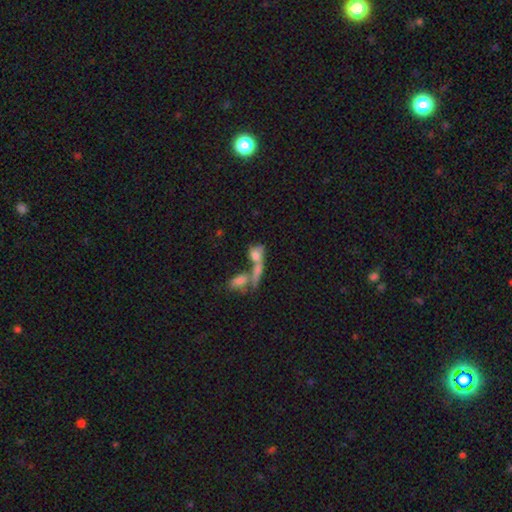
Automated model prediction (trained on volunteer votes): Smooth or featured? Predicted: smooth (p=0.60). How rounded? Predicted: in between (p=0.60). Merging? Predicted: merger (p=0.61).